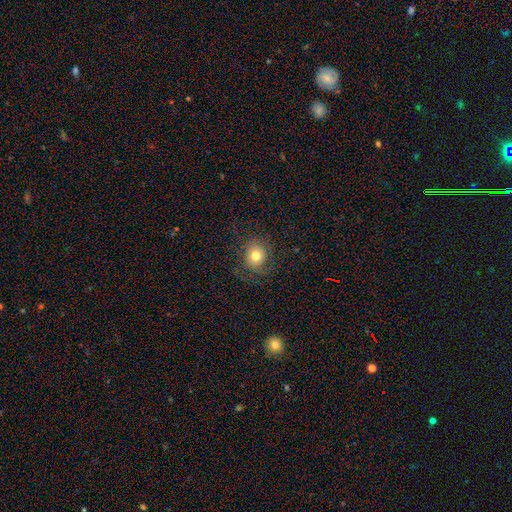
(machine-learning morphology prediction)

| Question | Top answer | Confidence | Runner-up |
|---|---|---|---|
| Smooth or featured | smooth | 72% | featured or disk (16%) |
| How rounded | round | 81% | in between (18%) |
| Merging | none | 75% | minor disturbance (14%) |